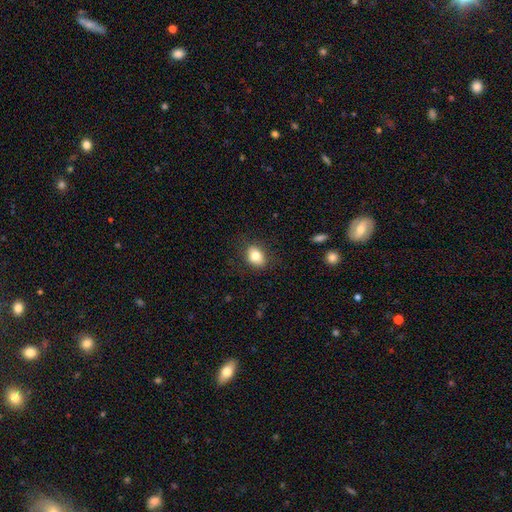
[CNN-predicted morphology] Smooth or featured? smooth (80%)
How rounded? in between (65%)
Merging? none (84%)